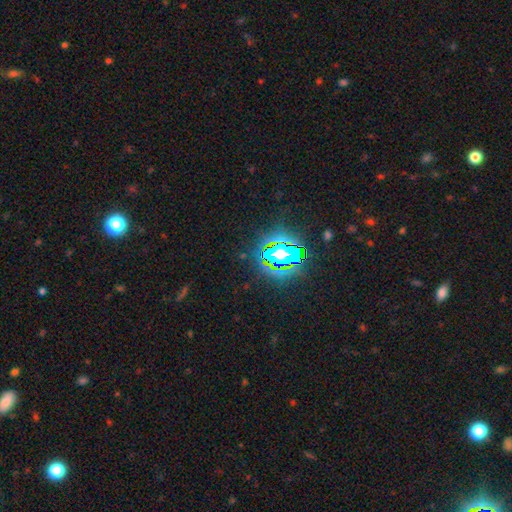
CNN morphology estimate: Q: Smooth or featured?
A: star or artifact (77%); runner-up: smooth (13%)